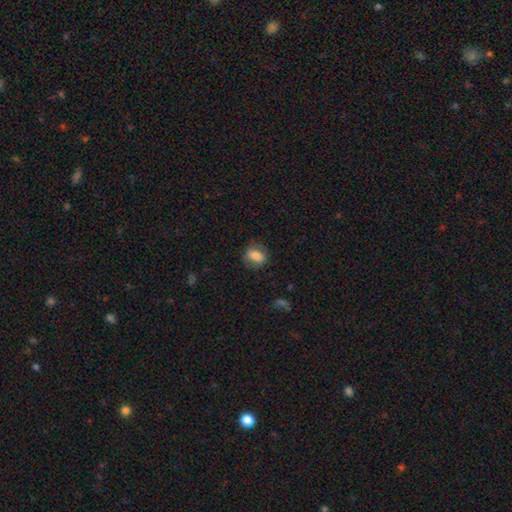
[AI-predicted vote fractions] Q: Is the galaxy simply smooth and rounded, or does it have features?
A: smooth — 76%.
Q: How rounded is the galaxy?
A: in between — 69%.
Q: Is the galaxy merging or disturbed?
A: none — 69%.